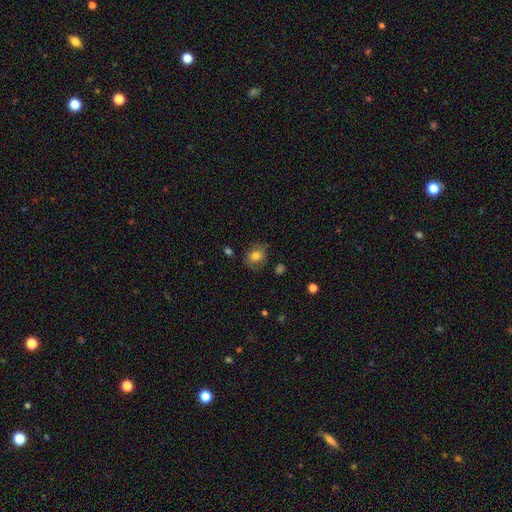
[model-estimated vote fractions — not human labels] Smooth or featured: smooth — 74% (featured or disk — 17%)
How rounded: round — 67% (in between — 32%)
Merging: none — 76% (minor disturbance — 17%)